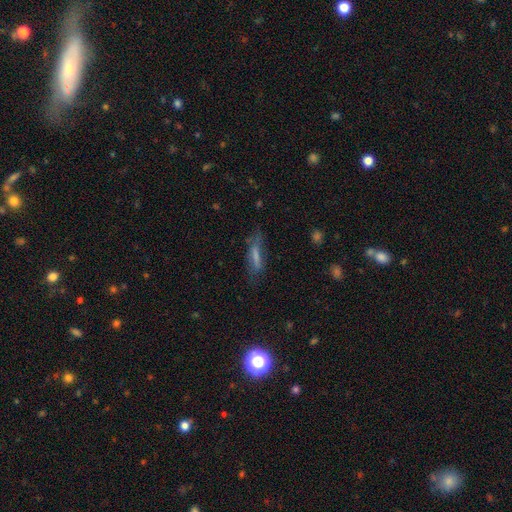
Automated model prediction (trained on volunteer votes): Q: Smooth or featured?
A: smooth (55%); runner-up: featured or disk (33%)
Q: How rounded?
A: cigar-shaped (74%); runner-up: in between (24%)
Q: Merging?
A: none (57%); runner-up: minor disturbance (26%)